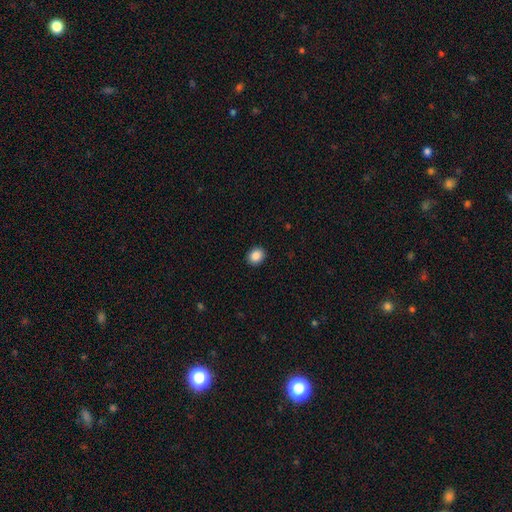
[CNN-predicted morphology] Smooth or featured? smooth (88%)
How rounded? round (63%)
Merging? none (91%)